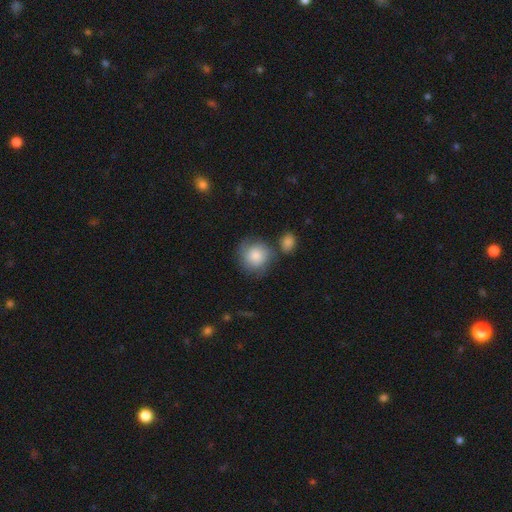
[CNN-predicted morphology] Overall: smooth (80%). How rounded: round (88%). Merging: none (63%).